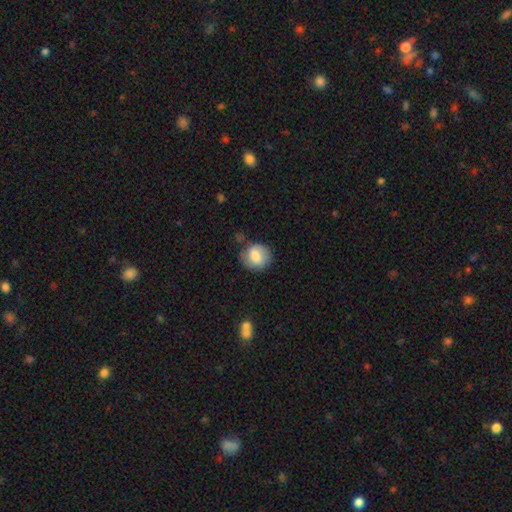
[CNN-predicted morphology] type=smooth (76%); roundness=round (79%); merging=none (70%).